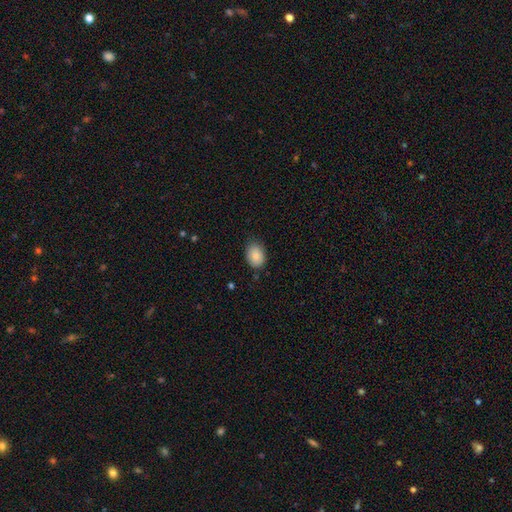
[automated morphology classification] A smooth galaxy with no disk features (87%) that is in between round and cigar-shaped (70%).

Vote fractions:
- Smooth or featured? smooth: 87% / star or artifact: 7% / featured or disk: 6%
- How rounded? in between: 70% / round: 29% / cigar-shaped: 1%
- Merging? none: 79% / minor disturbance: 17% / major disturbance: 3% / merger: 1%